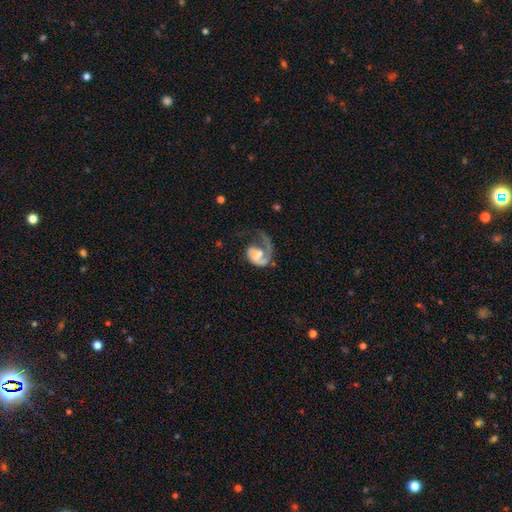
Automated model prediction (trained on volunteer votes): Q: Smooth or featured?
A: featured or disk (76%); runner-up: smooth (18%)
Q: Edge-on disk?
A: no (98%); runner-up: yes (2%)
Q: Bar?
A: no (66%); runner-up: weak (28%)
Q: Spiral arms?
A: yes (90%); runner-up: no (10%)
Q: Spiral winding?
A: loose (49%); runner-up: medium (34%)
Q: Spiral arm count?
A: 1 (83%); runner-up: 2 (11%)
Q: Bulge size?
A: moderate (39%); runner-up: small (26%)
Q: Merging?
A: major disturbance (49%); runner-up: none (30%)